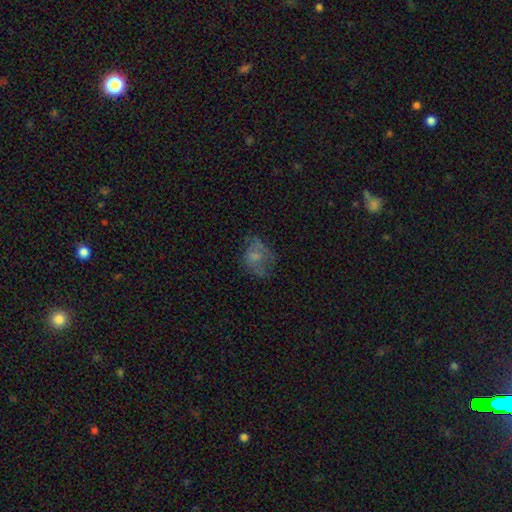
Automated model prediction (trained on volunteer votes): Smooth or featured? smooth (57%)
How rounded? in between (60%)
Merging? none (46%)